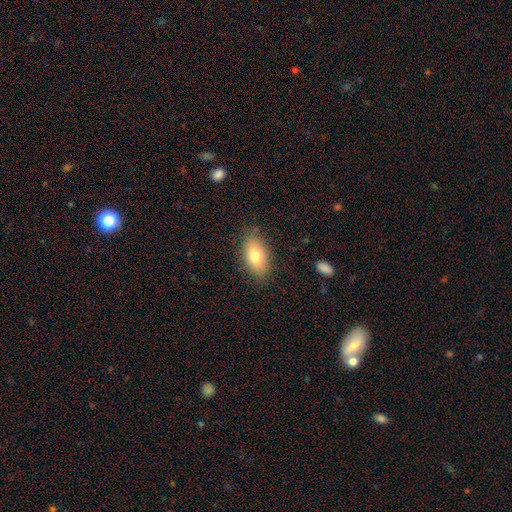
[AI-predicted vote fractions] Morphology: type=smooth (77%); roundness=in between (91%); merging=none (82%).